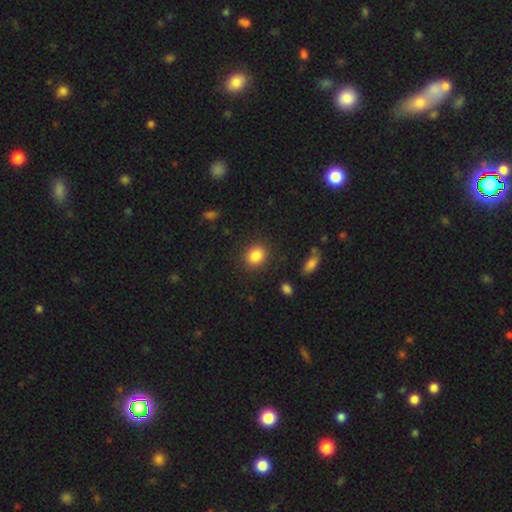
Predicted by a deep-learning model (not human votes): Morphology: type=smooth (86%); roundness=round (65%); merging=none (87%).